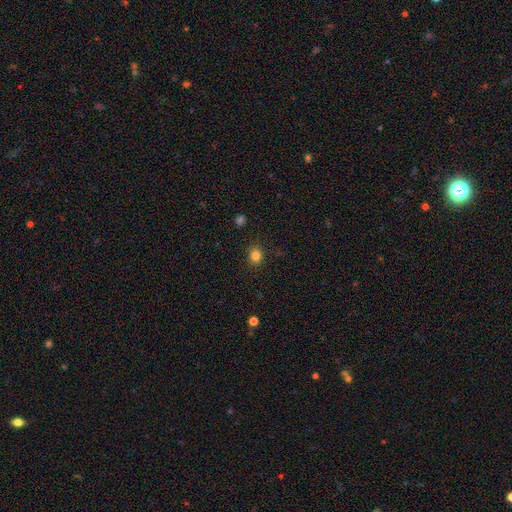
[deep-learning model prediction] smooth-or-featured: smooth: 83% | star or artifact: 12% | featured or disk: 5%
  how-rounded: round: 64% | in between: 35% | cigar-shaped: 1%
  merging: none: 87% | minor disturbance: 9% | major disturbance: 2% | merger: 1%